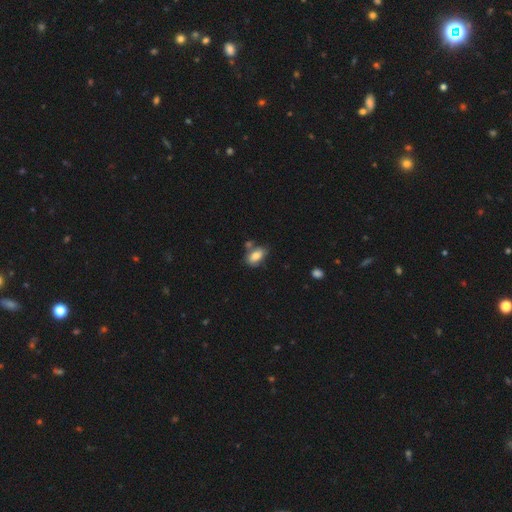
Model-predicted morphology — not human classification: smooth_or_featured: smooth (p=0.82) [alt: featured or disk p=0.10]
how_rounded: in between (p=0.90) [alt: round p=0.07]
merging: none (p=0.57) [alt: minor disturbance p=0.20]